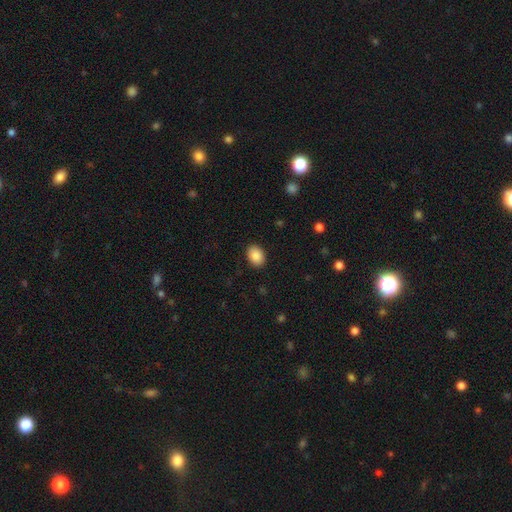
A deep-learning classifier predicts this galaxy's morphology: This is clearly a smooth galaxy (88%). How rounded: likely in between (73%). Merging: clearly none (90%).